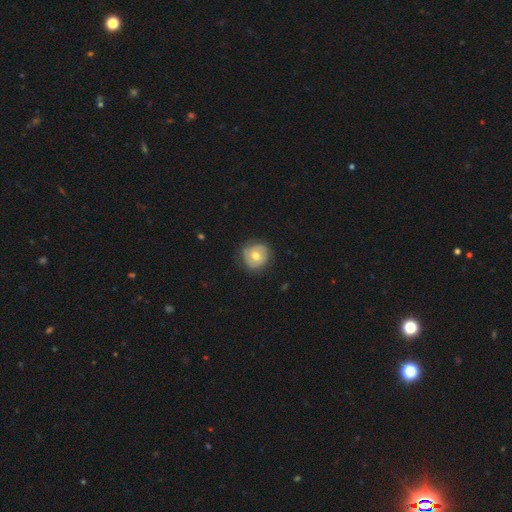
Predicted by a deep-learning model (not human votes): smooth-or-featured: featured or disk: 56% | smooth: 38% | star or artifact: 7%
  disk-edge-on: no: 97% | yes: 3%
    bar: no: 73% | weak: 22% | strong: 5%
    has-spiral-arms: yes: 74% | no: 26%
    bulge-size: moderate: 77% | small: 16% | large: 5% | none: 1% | dominant: 1%
  merging: none: 76% | minor disturbance: 17% | major disturbance: 5% | merger: 1%